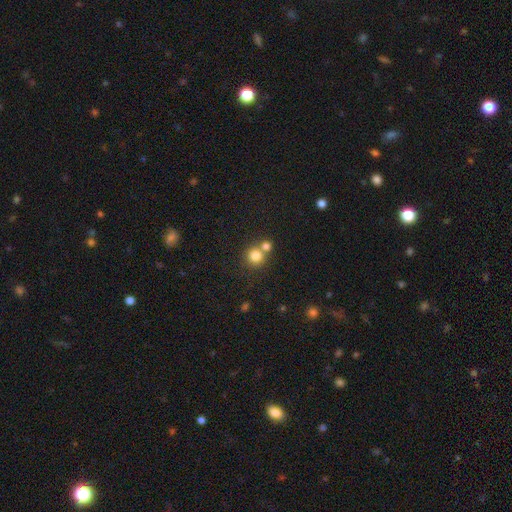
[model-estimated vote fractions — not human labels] Overall: smooth (80%). How rounded: round (90%). Merging: none (54%; merger 36%).